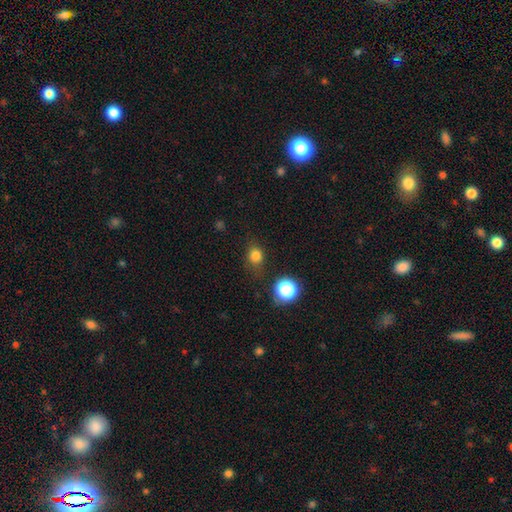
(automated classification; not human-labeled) Smooth or featured?
  - smooth: 78% *
  - star or artifact: 16%
  - featured or disk: 5%
How rounded?
  - round: 69% *
  - in between: 30%
  - cigar-shaped: 1%
Merging?
  - none: 75% *
  - minor disturbance: 16%
  - major disturbance: 5%
  - merger: 3%